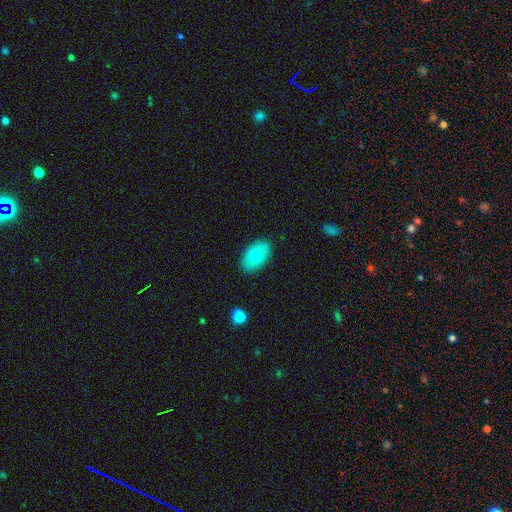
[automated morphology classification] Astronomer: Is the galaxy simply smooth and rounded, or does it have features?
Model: smooth — 70%.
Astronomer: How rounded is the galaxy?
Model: in between — 90%.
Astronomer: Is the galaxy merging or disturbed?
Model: none — 86%.